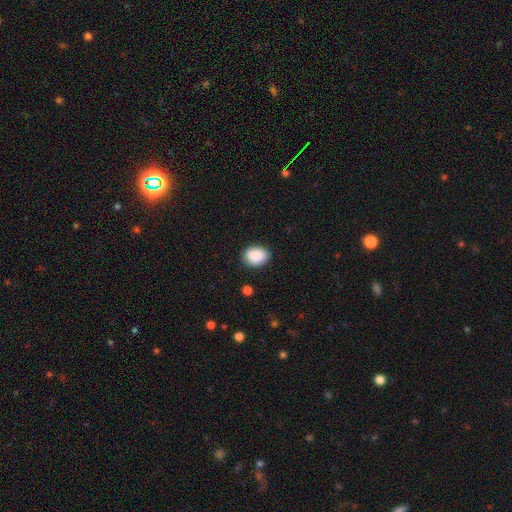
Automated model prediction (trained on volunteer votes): The model was most divided on "how rounded": in between: 65%, round: 34%, cigar-shaped: 1%. More confident: smooth or featured — smooth (90%); merging — none (86%).